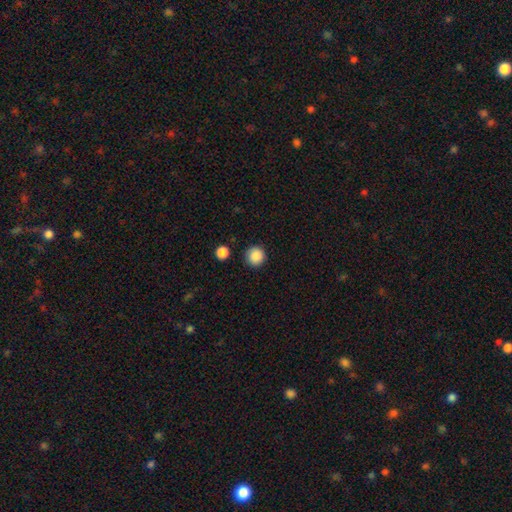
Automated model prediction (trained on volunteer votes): Smooth or featured: smooth — 88% (star or artifact — 9%)
How rounded: round — 94% (in between — 5%)
Merging: none — 89% (minor disturbance — 6%)